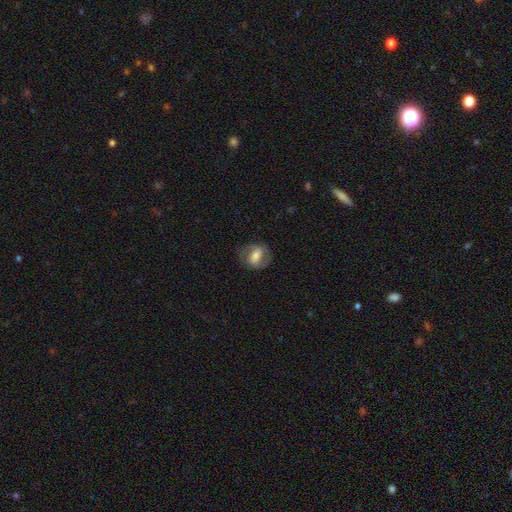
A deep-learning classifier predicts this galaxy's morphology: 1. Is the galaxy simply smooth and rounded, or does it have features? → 50% smooth, 43% featured or disk, 7% star or artifact.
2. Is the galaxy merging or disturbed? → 74% none, 15% minor disturbance, 9% major disturbance, 1% merger.